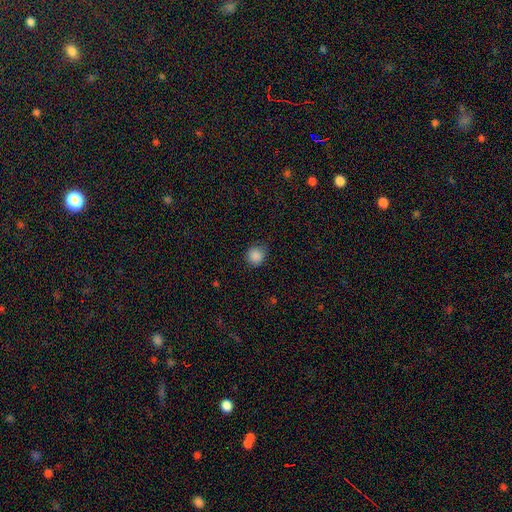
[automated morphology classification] The model was most divided on "merging": none: 79%, minor disturbance: 16%, major disturbance: 4%, merger: 1%. More confident: how rounded — round (89%); smooth or featured — smooth (87%).